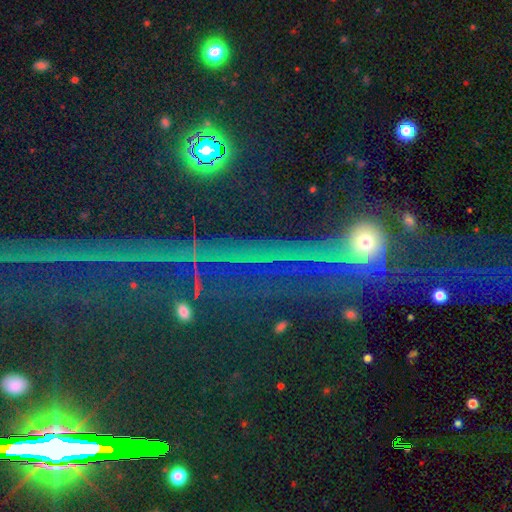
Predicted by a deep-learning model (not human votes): This appears to be a star or artifact, not a galaxy (71%).